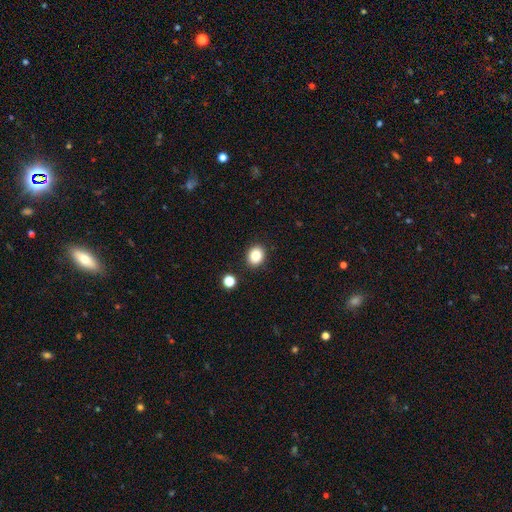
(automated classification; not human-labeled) Q: Smooth or featured?
A: smooth (84%); runner-up: star or artifact (10%)
Q: How rounded?
A: round (62%); runner-up: in between (37%)
Q: Merging?
A: none (89%); runner-up: minor disturbance (7%)